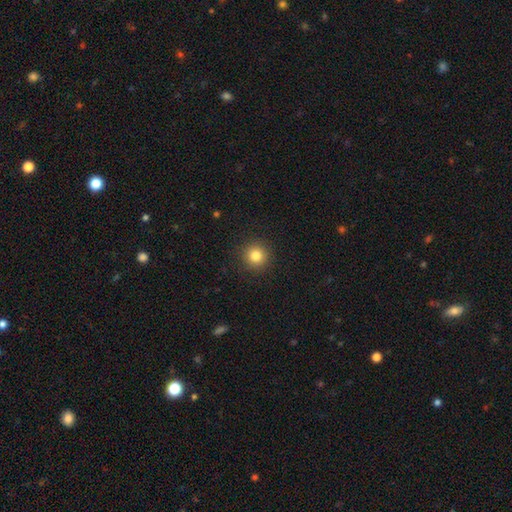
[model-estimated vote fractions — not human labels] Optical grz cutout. It shows a smooth galaxy with no disk features (83%) that is round (95%). Merging: none (92%).